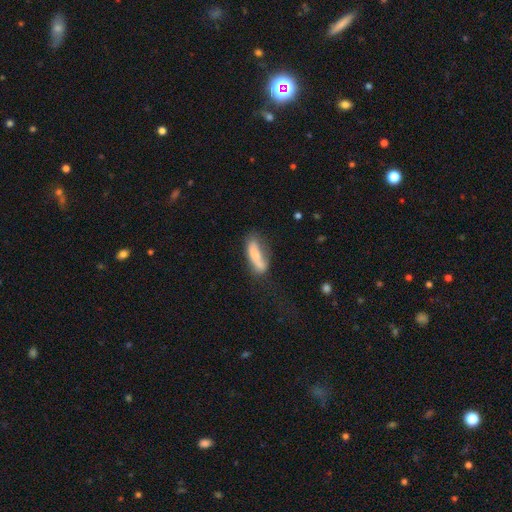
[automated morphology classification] smooth_or_featured: smooth (p=0.70) [alt: featured or disk p=0.23]
how_rounded: cigar-shaped (p=0.49) [tied with: in between p=0.49]
merging: none (p=0.46) [alt: minor disturbance p=0.26]